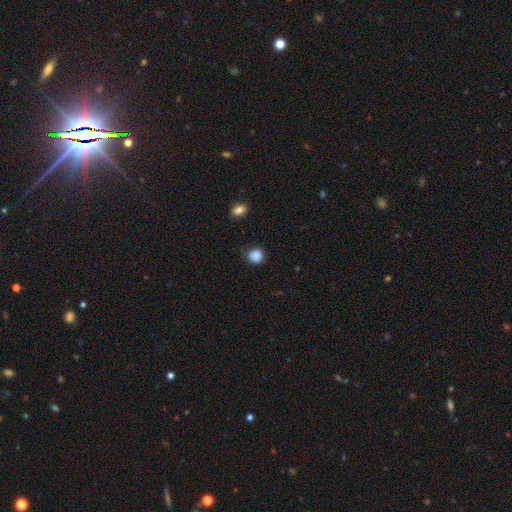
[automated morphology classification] Smooth or featured: smooth — 87% (star or artifact — 10%)
How rounded: round — 89% (in between — 10%)
Merging: none — 84% (minor disturbance — 12%)